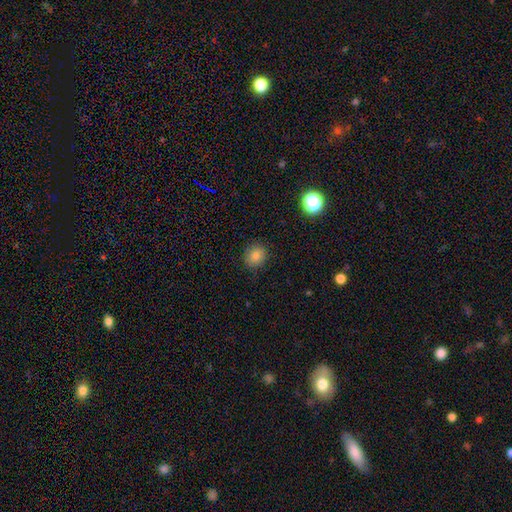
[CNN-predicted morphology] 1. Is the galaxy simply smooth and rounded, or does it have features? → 82% smooth, 12% star or artifact, 6% featured or disk.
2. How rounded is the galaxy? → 75% round, 24% in between, 1% cigar-shaped.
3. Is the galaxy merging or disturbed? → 88% none, 9% minor disturbance, 2% major disturbance, 1% merger.